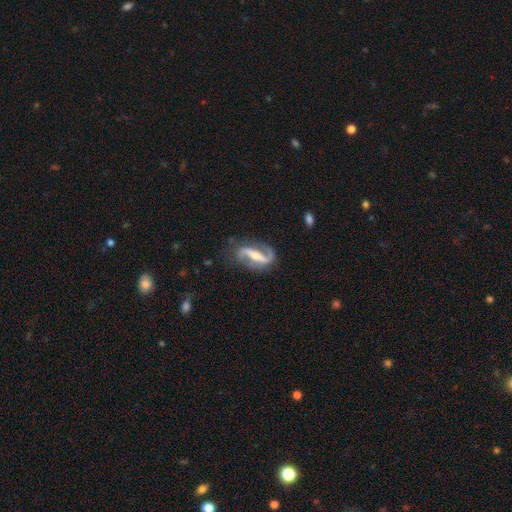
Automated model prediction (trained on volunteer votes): Smooth or featured? featured or disk (88%)
Edge-on disk? no (94%)
Bar? strong (60%)
Spiral arms? yes (95%)
Spiral winding? loose (53%)
Spiral arm count? 2 (89%)
Bulge size? moderate (51%)
Merging? none (71%)